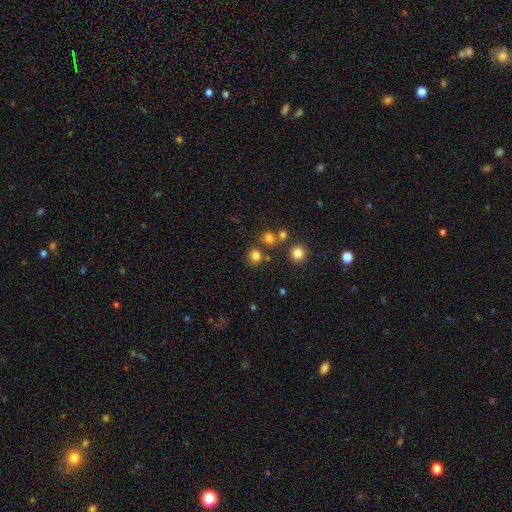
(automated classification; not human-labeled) Smooth or featured: smooth — 78% (star or artifact — 16%)
How rounded: round — 81% (in between — 18%)
Merging: none — 75% (merger — 12%)